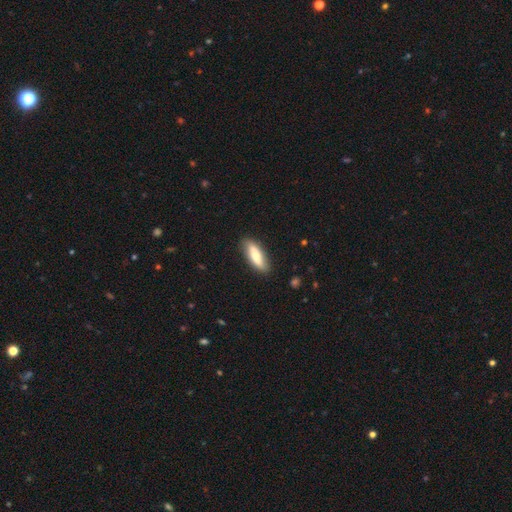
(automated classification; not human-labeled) Smooth or featured? Predicted: smooth (p=0.73). How rounded? Predicted: in between (p=0.54). Merging? Predicted: none (p=0.85).